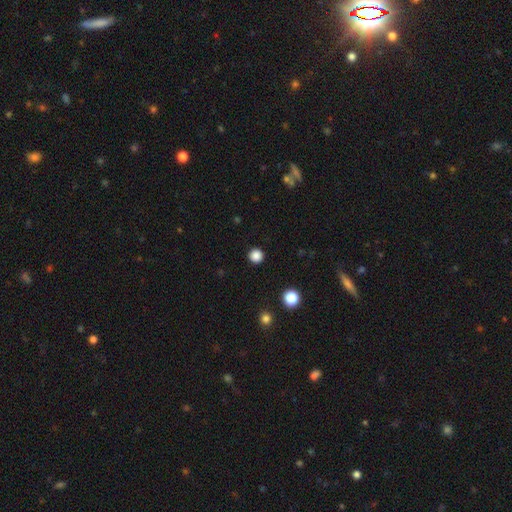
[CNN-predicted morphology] smooth-or-featured: smooth: 86% | star or artifact: 12% | featured or disk: 2%
  how-rounded: round: 95% | in between: 4% | cigar-shaped: 1%
  merging: none: 92% | minor disturbance: 5% | major disturbance: 2% | merger: 1%